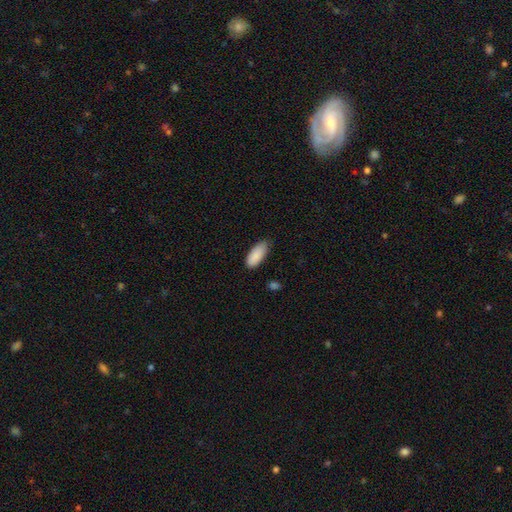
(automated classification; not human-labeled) A smooth galaxy with no disk features (89%) that is in between round and cigar-shaped (85%).

Vote fractions:
- Smooth or featured? smooth: 89% / star or artifact: 6% / featured or disk: 5%
- How rounded? in between: 85% / cigar-shaped: 13% / round: 2%
- Merging? none: 71% / minor disturbance: 24% / major disturbance: 3% / merger: 1%